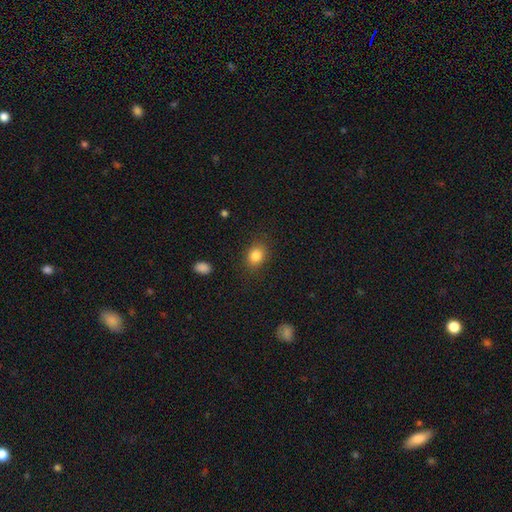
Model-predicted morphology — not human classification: Smooth or featured? Predicted: smooth (p=0.84). How rounded? Predicted: in between (p=0.53). Merging? Predicted: none (p=0.84).